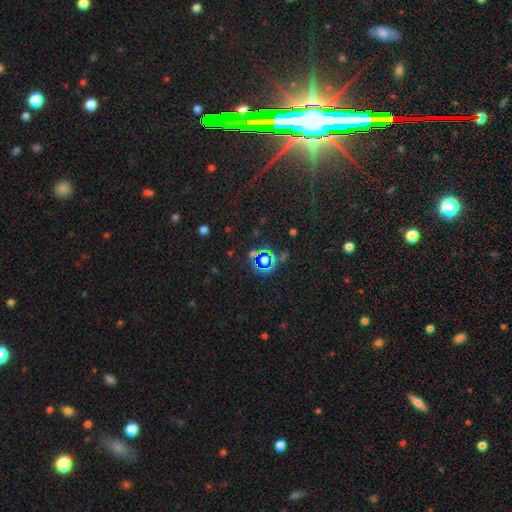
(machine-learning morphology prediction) Smooth or featured?
  - star or artifact: 79% *
  - smooth: 13%
  - featured or disk: 8%